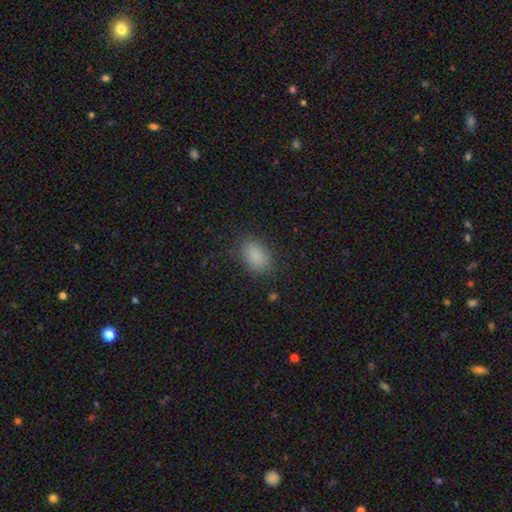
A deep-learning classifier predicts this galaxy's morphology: Overall: smooth (86%). How rounded: in between (86%). Merging: none (81%).